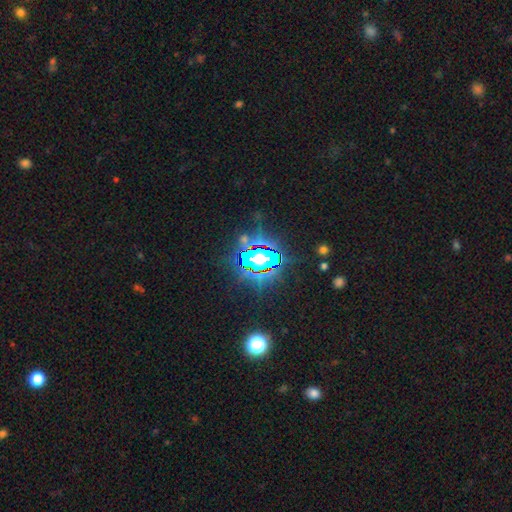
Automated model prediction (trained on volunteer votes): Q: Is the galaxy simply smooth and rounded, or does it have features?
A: star or artifact — 77%.